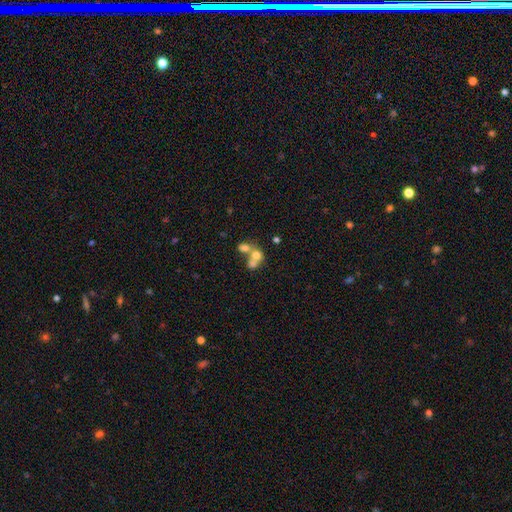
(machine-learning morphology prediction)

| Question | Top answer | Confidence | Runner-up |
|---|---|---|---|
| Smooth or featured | smooth | 61% | featured or disk (26%) |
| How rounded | round | 61% | in between (38%) |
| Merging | merger | 66% | none (23%) |